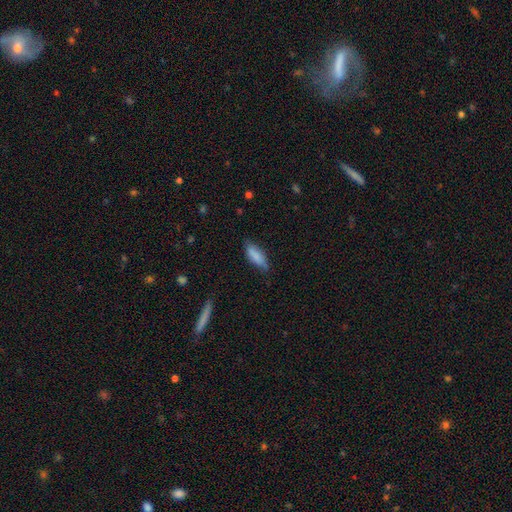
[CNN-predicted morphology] This appears to be a smooth galaxy with no disk features (83%) that is in between round and cigar-shaped (68%). Merging: none (65%).